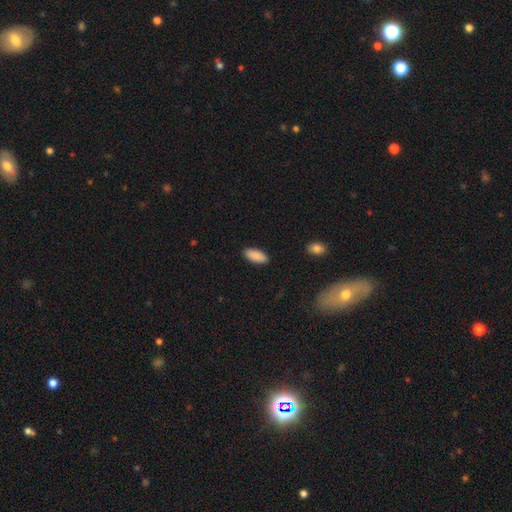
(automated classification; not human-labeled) This appears to be a smooth galaxy with no disk features (90%) that is in between round and cigar-shaped (86%). Merging: none (89%).